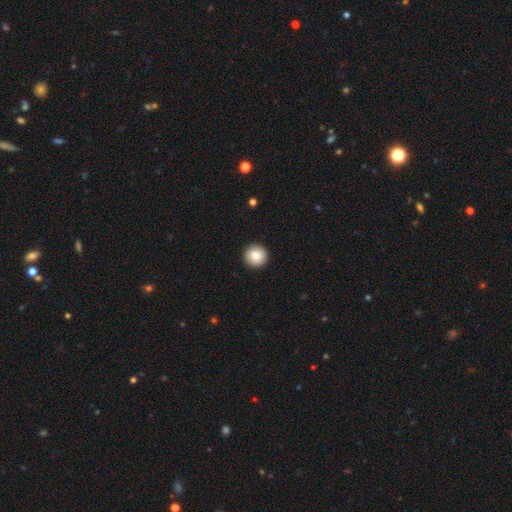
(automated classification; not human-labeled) Overall: smooth (83%). How rounded: round (95%). Merging: none (92%).